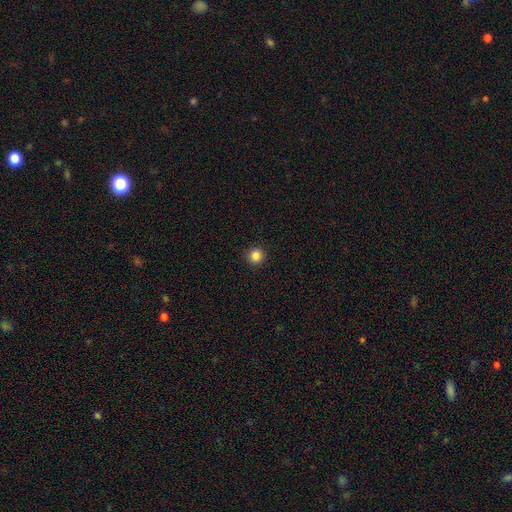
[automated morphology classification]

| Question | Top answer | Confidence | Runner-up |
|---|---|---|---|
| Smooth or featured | smooth | 85% | star or artifact (12%) |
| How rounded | round | 96% | in between (3%) |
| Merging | none | 93% | minor disturbance (4%) |